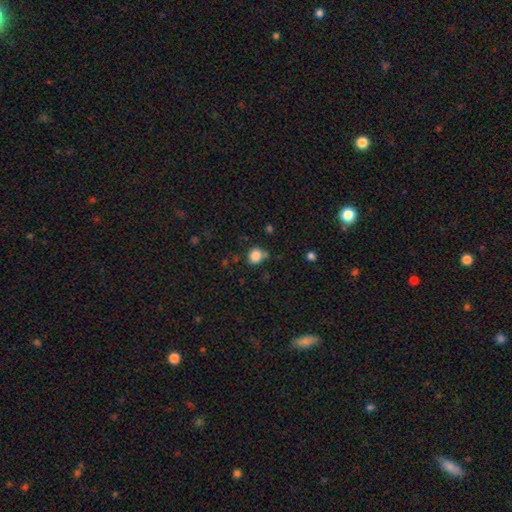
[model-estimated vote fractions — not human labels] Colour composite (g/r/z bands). It shows a smooth galaxy with no disk features (85%) that is round (80%). Merging: none (70%).